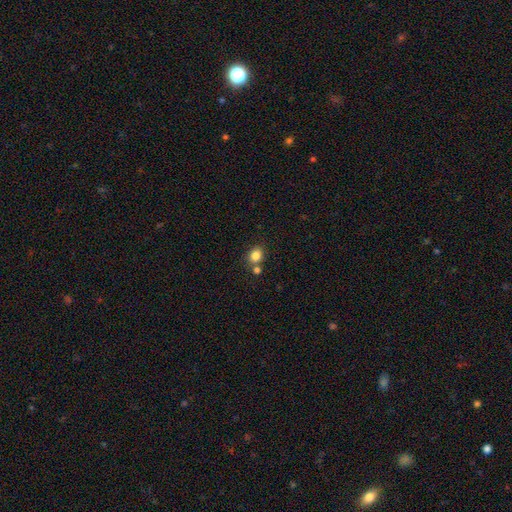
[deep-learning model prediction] A smooth galaxy with no disk features (83%) that is round (59%).

Vote fractions:
- Smooth or featured? smooth: 83% / star or artifact: 11% / featured or disk: 6%
- How rounded? round: 59% / in between: 40% / cigar-shaped: 1%
- Merging? none: 67% / merger: 19% / minor disturbance: 11% / major disturbance: 3%